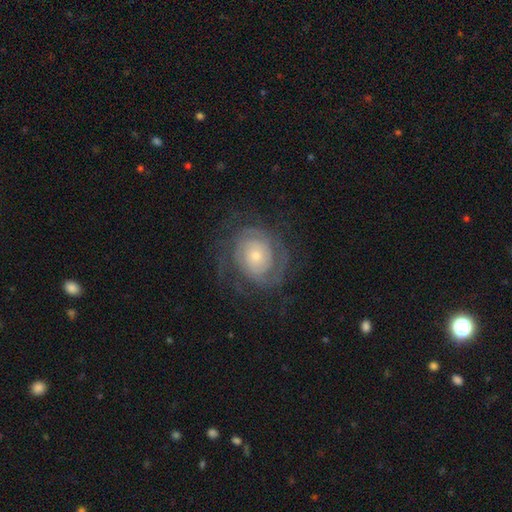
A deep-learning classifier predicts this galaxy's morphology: type=featured or disk (80%); edge-on=no (97%); bar=no (79%); spiral arms=yes (92%); winding=tight (68%); arm count=2 (35%, tied with can't tell); bulge=small (65%); merging=none (71%).